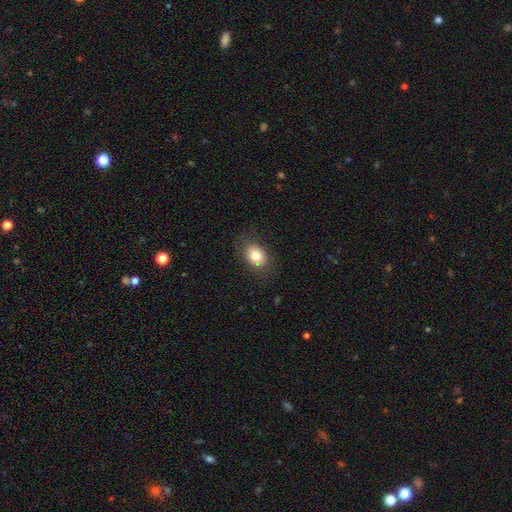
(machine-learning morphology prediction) Smooth or featured? Predicted: smooth (p=0.78). How rounded? Predicted: in between (p=0.68). Merging? Predicted: none (p=0.80).